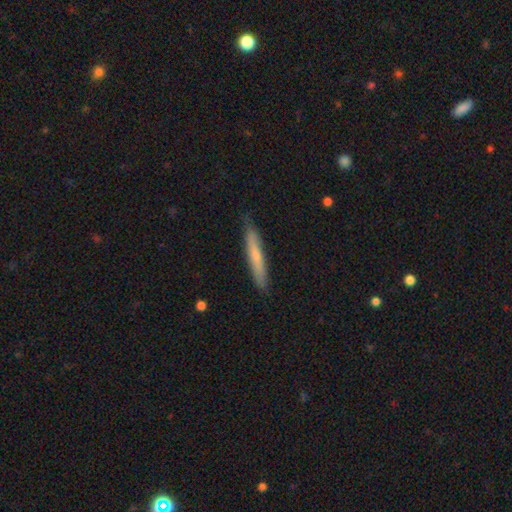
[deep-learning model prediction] This appears to be a smooth galaxy with no disk features (63%) that is cigar-shaped (94%). Merging: none (84%).